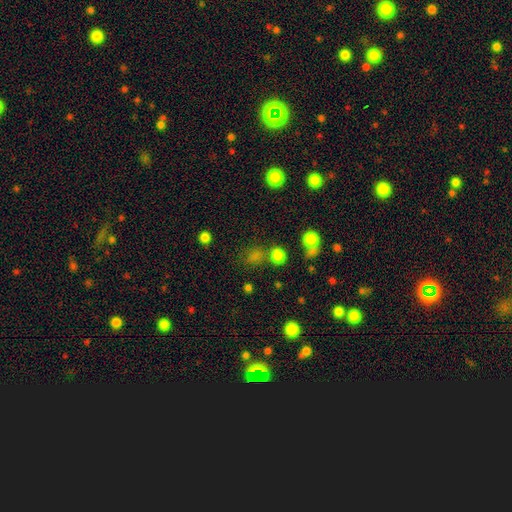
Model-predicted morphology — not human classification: A smooth galaxy with no disk features (55%) that is round (75%).

Vote fractions:
- Smooth or featured? smooth: 55% / star or artifact: 38% / featured or disk: 7%
- How rounded? round: 75% / in between: 23% / cigar-shaped: 2%
- Merging? none: 71% / merger: 12% / minor disturbance: 11% / major disturbance: 6%